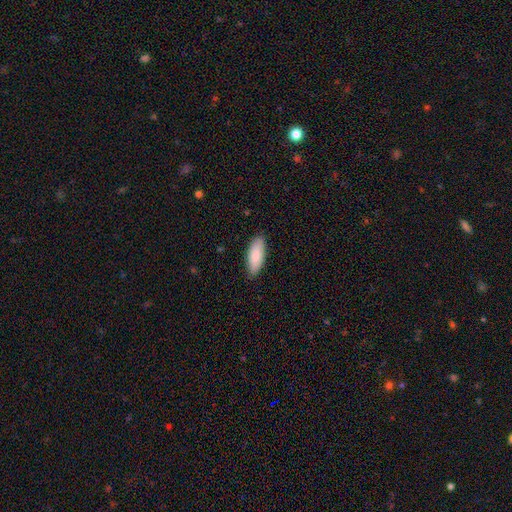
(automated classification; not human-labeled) Q: Smooth or featured?
A: smooth (85%); runner-up: featured or disk (9%)
Q: How rounded?
A: in between (76%); runner-up: cigar-shaped (22%)
Q: Merging?
A: none (86%); runner-up: minor disturbance (11%)